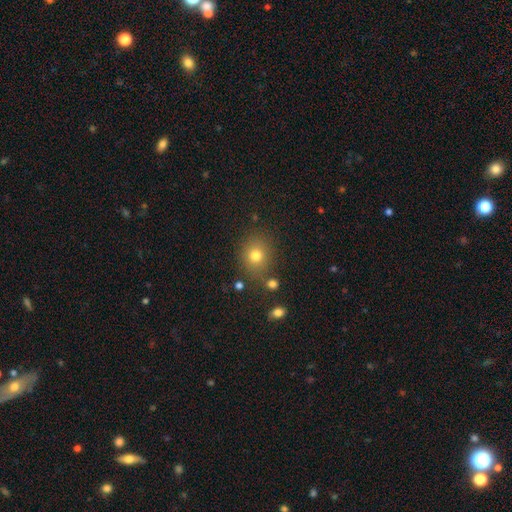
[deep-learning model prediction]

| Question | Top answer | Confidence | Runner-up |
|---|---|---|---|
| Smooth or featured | smooth | 76% | star or artifact (15%) |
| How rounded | round | 68% | in between (31%) |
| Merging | none | 78% | minor disturbance (12%) |